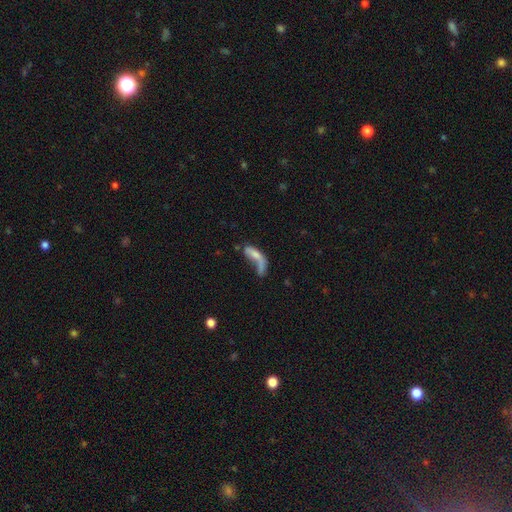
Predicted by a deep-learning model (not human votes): This appears to be a smooth galaxy with no disk features (58%) that is in between round and cigar-shaped (56%). Merging: major disturbance (38%).